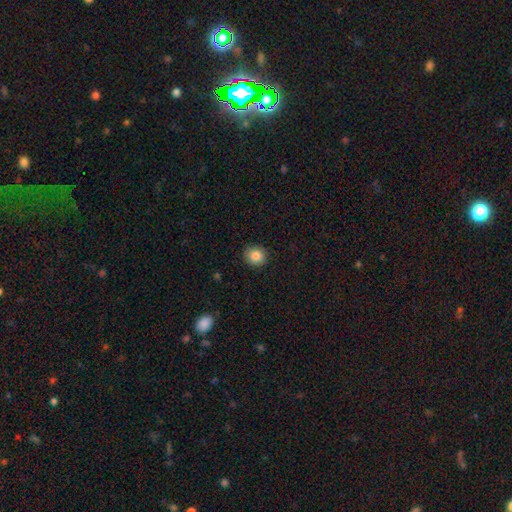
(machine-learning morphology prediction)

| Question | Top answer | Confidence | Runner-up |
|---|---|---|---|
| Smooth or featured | smooth | 86% | star or artifact (9%) |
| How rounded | round | 84% | in between (15%) |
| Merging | none | 90% | minor disturbance (7%) |